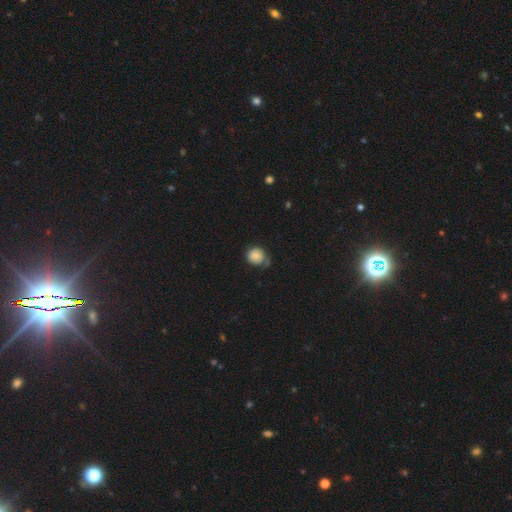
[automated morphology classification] This is clearly a smooth galaxy (83%). How rounded: clearly round (86%). Merging: possibly none (58%).